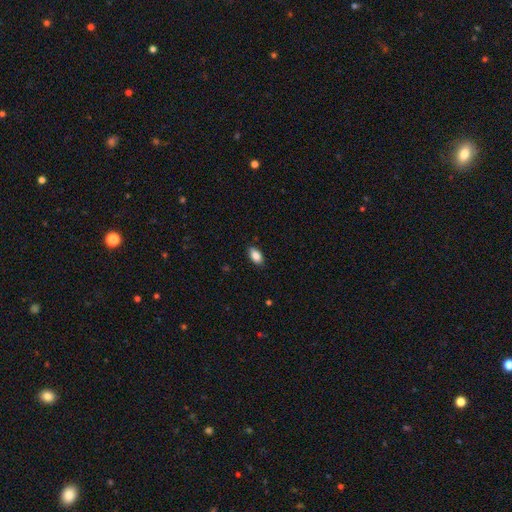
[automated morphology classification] This is clearly a smooth galaxy (87%). How rounded: clearly in between (92%). Merging: clearly none (86%).